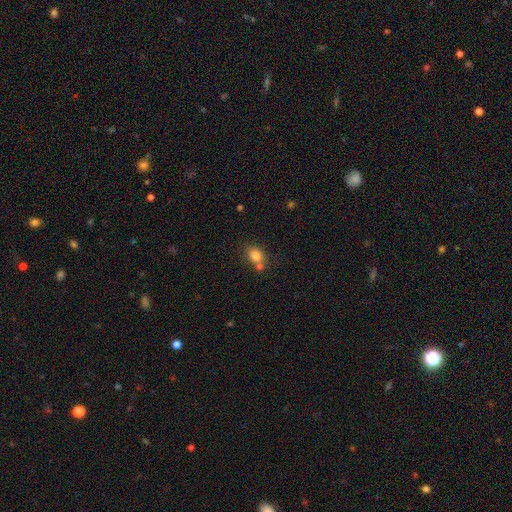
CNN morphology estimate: smooth 80%, star or artifact 11%, featured or disk 9%. Down the decision tree: how rounded — round (56%); merging — none (55%).